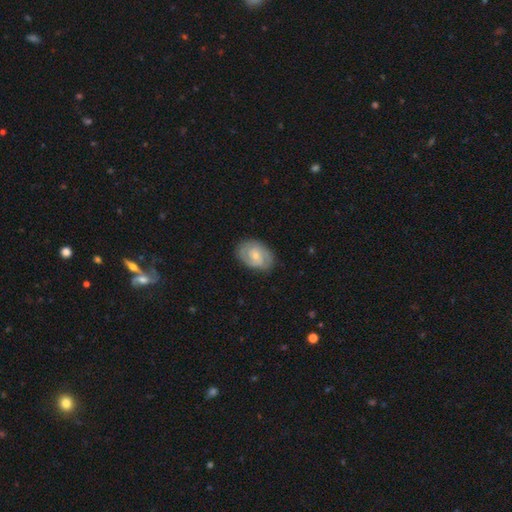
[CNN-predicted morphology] Smooth or featured?
  - featured or disk: 69% *
  - smooth: 26%
  - star or artifact: 6%
Edge-on disk?
  - no: 97% *
  - yes: 3%
Bar?
  - no: 63% *
  - weak: 31%
  - strong: 5%
Spiral arms?
  - yes: 86% *
  - no: 14%
Spiral winding?
  - tight: 58% *
  - medium: 33%
  - loose: 9%
Spiral arm count?
  - 2: 64% *
  - can't tell: 21%
  - 3: 7%
  - 1: 3%
  - 4: 2%
  - more than 4: 2%
Bulge size?
  - small: 64% *
  - moderate: 32%
  - none: 2%
  - large: 2%
  - dominant: 1%
Merging?
  - none: 80% *
  - minor disturbance: 15%
  - major disturbance: 4%
  - merger: 1%